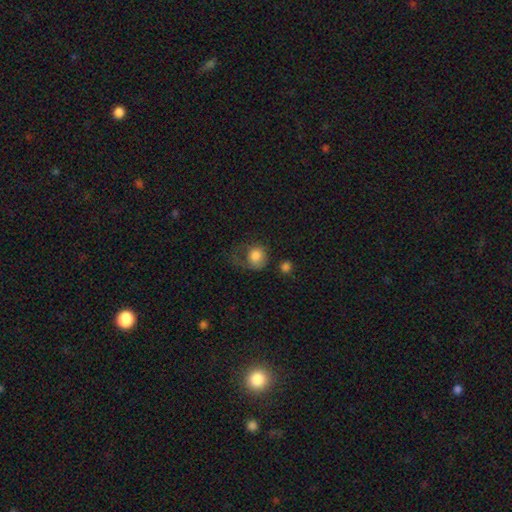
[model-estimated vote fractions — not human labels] This appears to be a smooth galaxy with no disk features (78%) that is round (75%). Merging: major disturbance (40%).